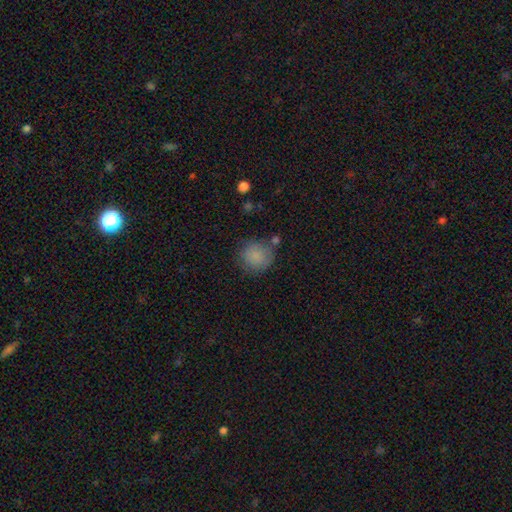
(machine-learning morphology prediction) A smooth galaxy with no disk features (84%) that is round (88%). Merging: none (69%).